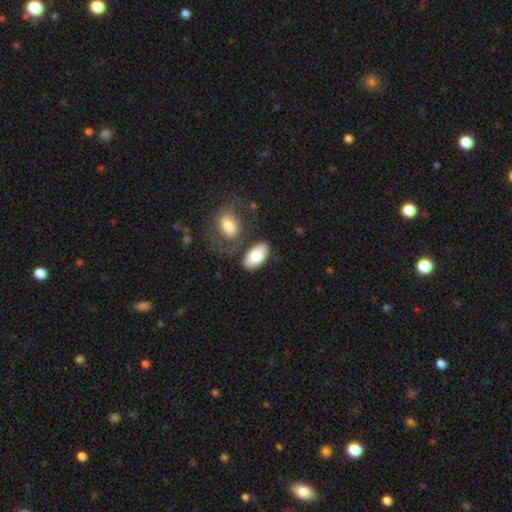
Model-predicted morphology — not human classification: A smooth galaxy with no disk features (78%) that is in between round and cigar-shaped (94%). Merging: none (68%).